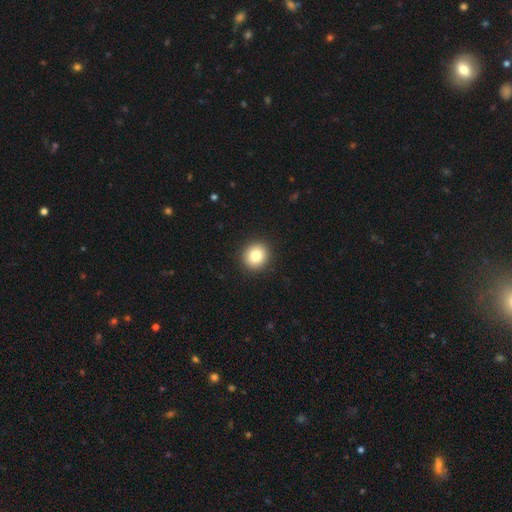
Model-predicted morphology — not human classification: Smooth or featured: smooth — 83% (star or artifact — 10%)
How rounded: round — 86% (in between — 14%)
Merging: none — 92% (minor disturbance — 5%)